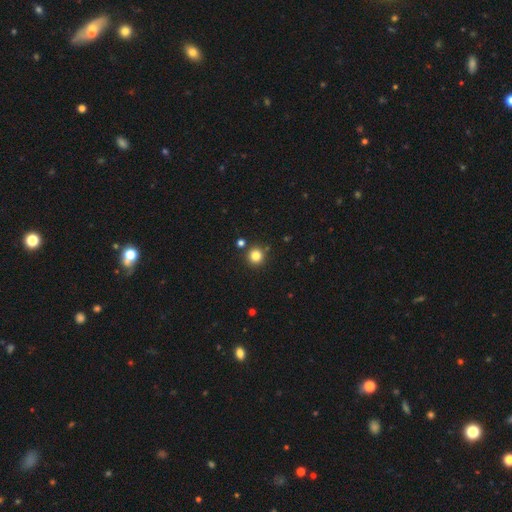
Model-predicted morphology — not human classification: Smooth or featured? smooth (82%)
How rounded? round (94%)
Merging? none (87%)